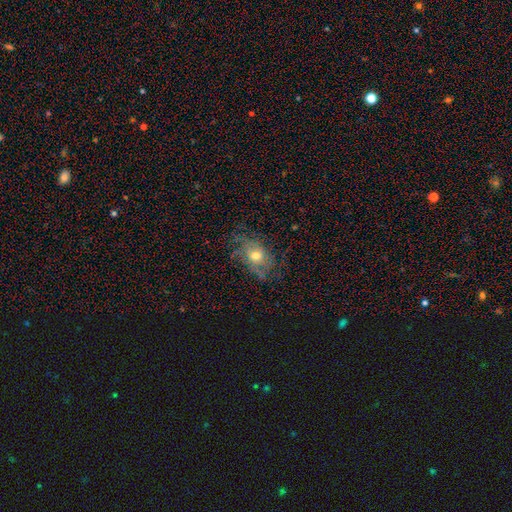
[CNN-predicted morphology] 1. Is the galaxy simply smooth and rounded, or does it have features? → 46% featured or disk, 41% smooth, 13% star or artifact.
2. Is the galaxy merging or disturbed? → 59% none, 24% minor disturbance, 16% major disturbance, 2% merger.